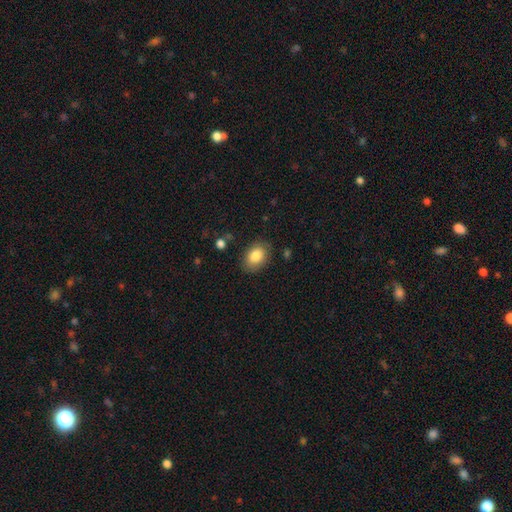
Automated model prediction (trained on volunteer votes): Smooth or featured: smooth — 85% (featured or disk — 8%)
How rounded: in between — 77% (round — 22%)
Merging: none — 83% (minor disturbance — 12%)